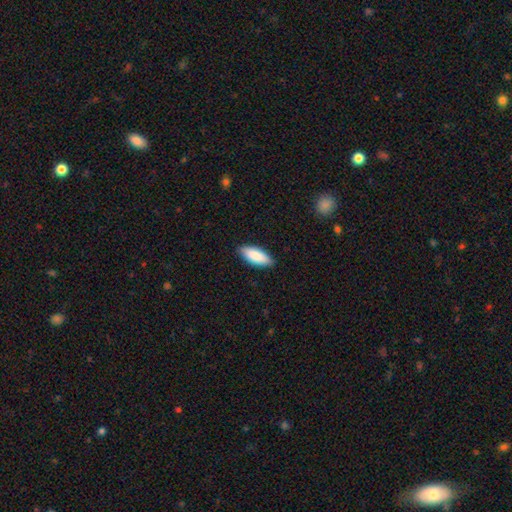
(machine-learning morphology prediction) This is clearly a smooth galaxy (89%). How rounded: clearly in between (80%). Merging: clearly none (87%).